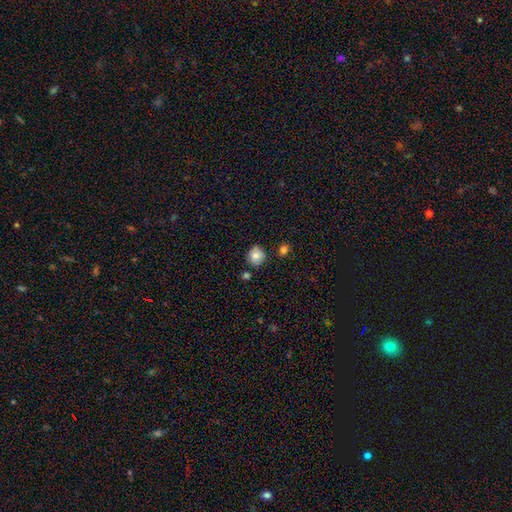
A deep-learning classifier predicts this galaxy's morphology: Smooth or featured: smooth — 80% (featured or disk — 10%)
How rounded: round — 85% (in between — 14%)
Merging: none — 81% (minor disturbance — 11%)